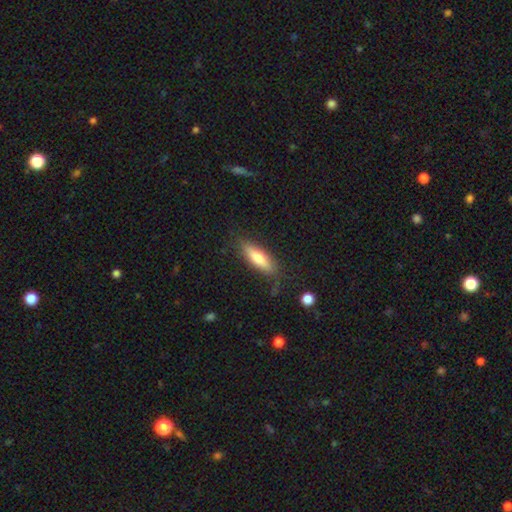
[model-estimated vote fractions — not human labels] This appears to be a smooth galaxy with no disk features (66%) that is cigar-shaped (58%). Merging: none (79%).